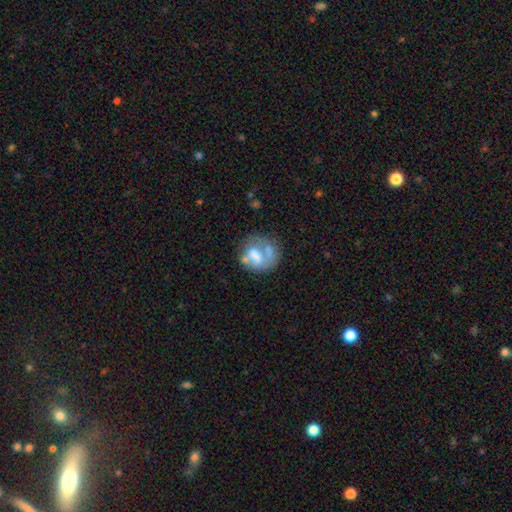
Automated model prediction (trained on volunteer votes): Overall: smooth (47%; featured or disk 43%). Merging: none (41%; minor disturbance 21%).